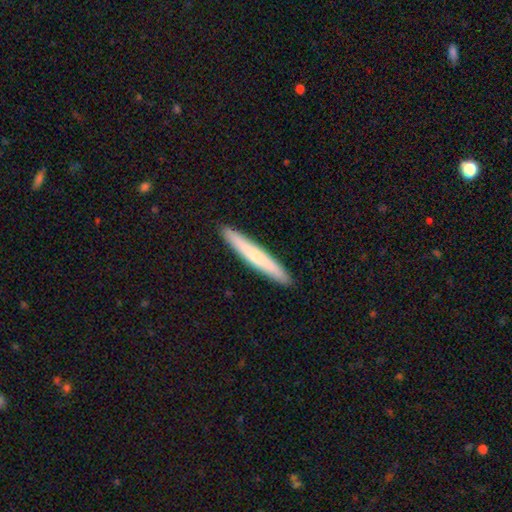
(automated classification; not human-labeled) Smooth or featured? smooth (57%)
How rounded? cigar-shaped (95%)
Merging? none (92%)